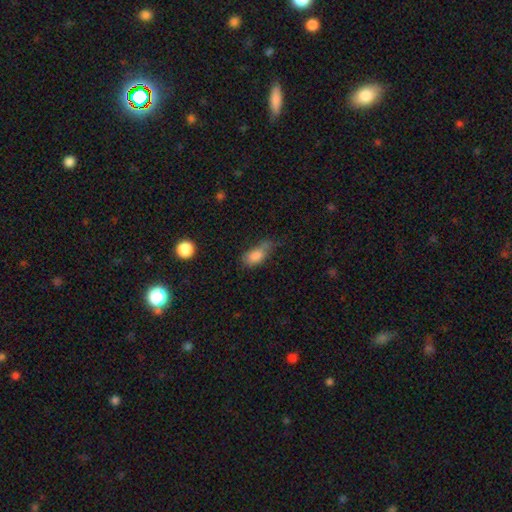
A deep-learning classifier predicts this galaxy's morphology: Smooth or featured? Predicted: smooth (p=0.81). How rounded? Predicted: in between (p=0.86). Merging? Predicted: minor disturbance (p=0.39).